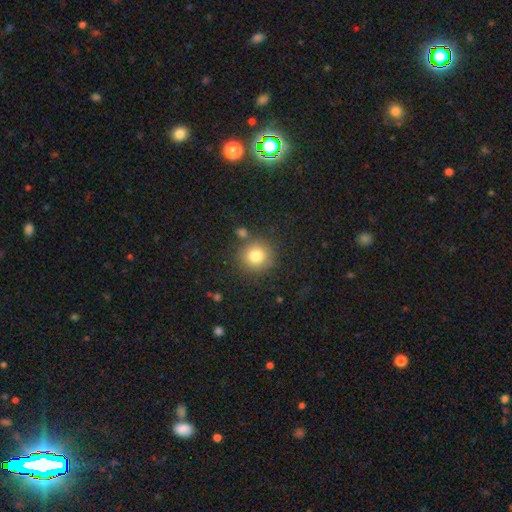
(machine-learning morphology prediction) Q: Smooth or featured?
A: smooth (80%); runner-up: star or artifact (12%)
Q: How rounded?
A: round (91%); runner-up: in between (8%)
Q: Merging?
A: none (81%); runner-up: minor disturbance (9%)